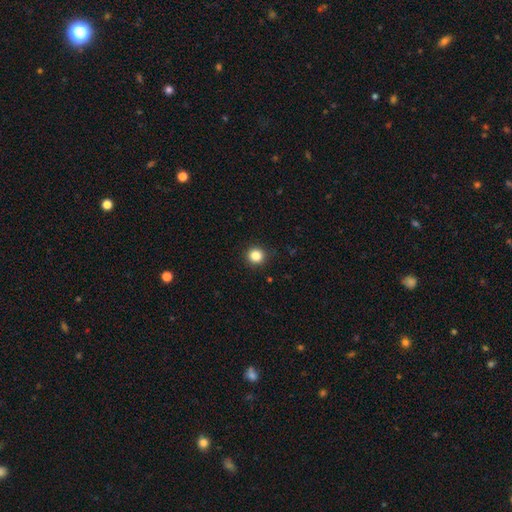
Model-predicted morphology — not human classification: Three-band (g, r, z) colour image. It shows a smooth galaxy with no disk features (85%) that is round (94%). Merging: none (92%).